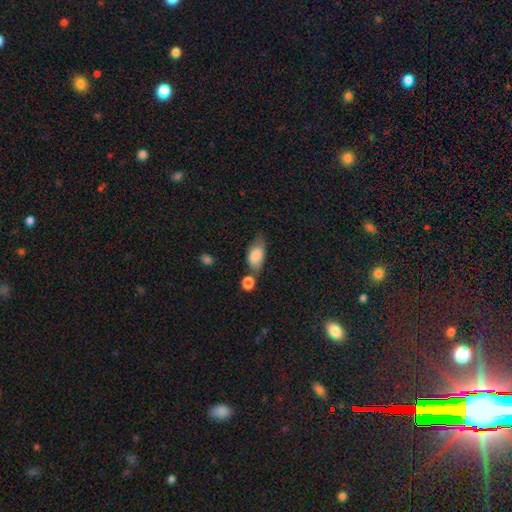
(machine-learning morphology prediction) type=smooth (81%); roundness=in between (88%); merging=none (44%).